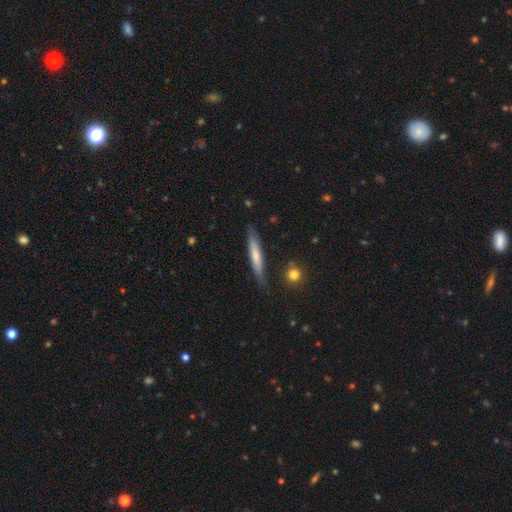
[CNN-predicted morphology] Smooth or featured?
  - smooth: 63% *
  - featured or disk: 32%
  - star or artifact: 6%
How rounded?
  - cigar-shaped: 91% *
  - in between: 8%
  - round: 1%
Merging?
  - none: 80% *
  - minor disturbance: 15%
  - major disturbance: 3%
  - merger: 2%